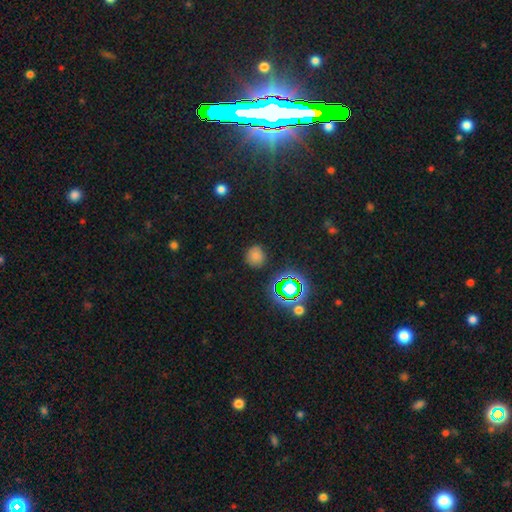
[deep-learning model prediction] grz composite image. It shows a smooth galaxy with no disk features (70%) that is round (91%). Merging: none (85%).